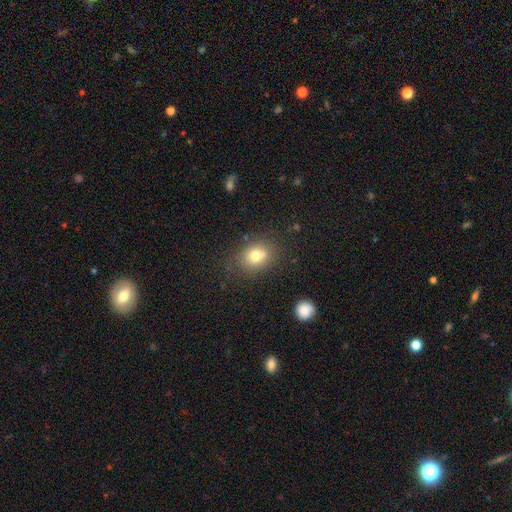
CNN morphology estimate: Overall: smooth (75%). How rounded: in between (53%; round 46%). Merging: none (71%).